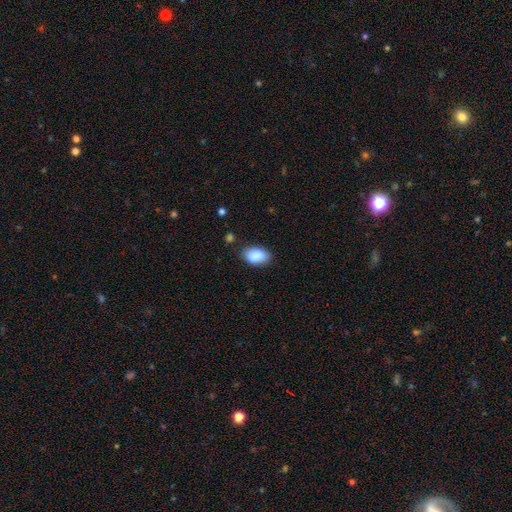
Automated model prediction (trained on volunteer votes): This is clearly a smooth galaxy (89%). How rounded: clearly in between (93%). Merging: clearly none (80%).